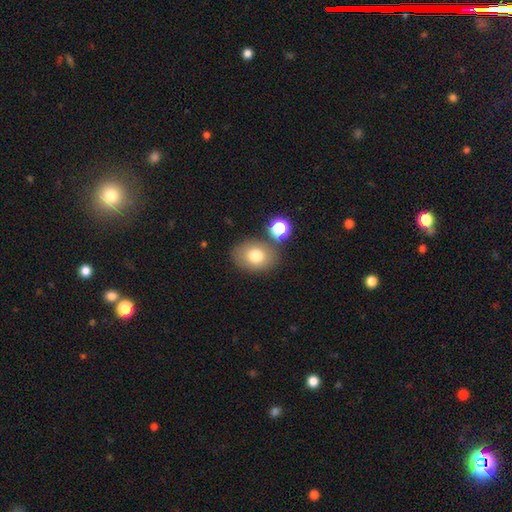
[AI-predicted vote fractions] Morphology: type=smooth (76%); roundness=in between (61%); merging=none (74%).